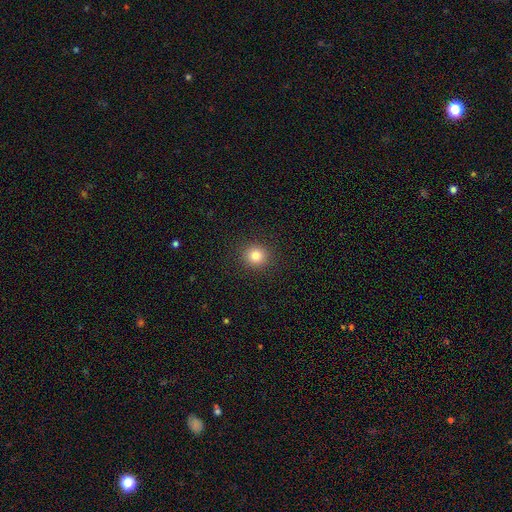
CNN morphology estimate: The model was most divided on "smooth or featured": smooth: 82%, star or artifact: 12%, featured or disk: 6%. More confident: merging — none (91%); how rounded — round (91%).